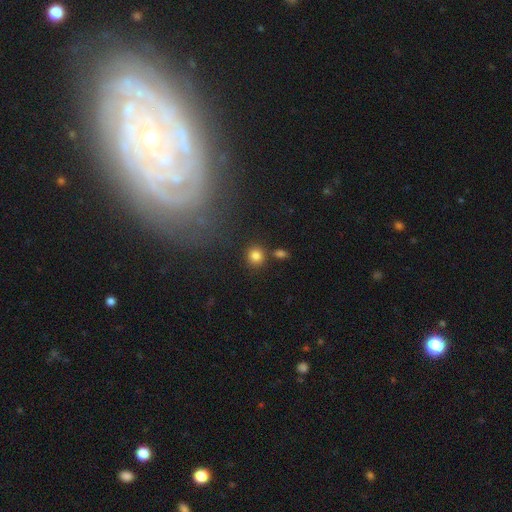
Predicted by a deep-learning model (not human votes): A smooth galaxy with no disk features (83%) that is round (87%). Merging: none (80%).